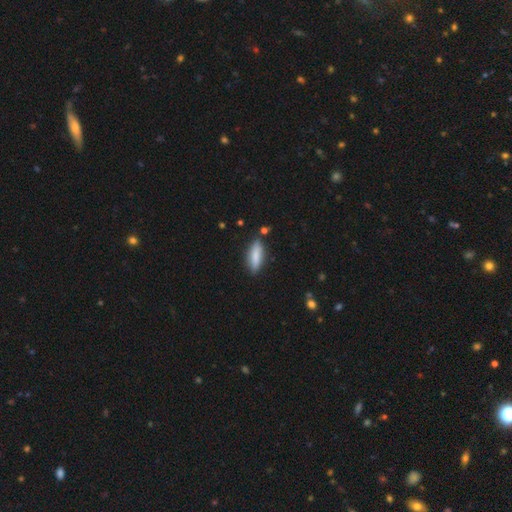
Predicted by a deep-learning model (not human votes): smooth-or-featured: smooth: 80% | featured or disk: 14% | star or artifact: 6%
  how-rounded: in between: 52% | cigar-shaped: 47% | round: 2%
  merging: none: 83% | minor disturbance: 12% | merger: 3% | major disturbance: 2%